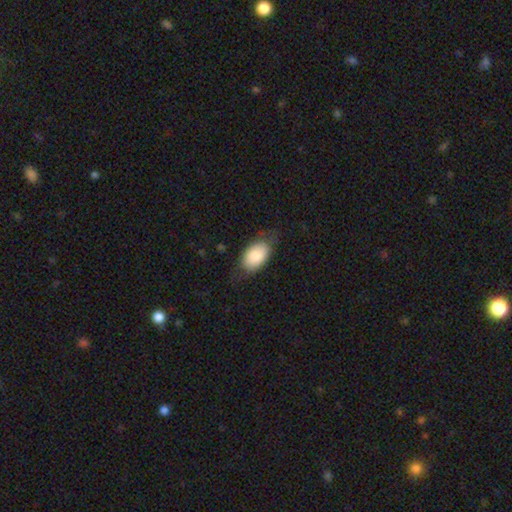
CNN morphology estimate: Q: Smooth or featured?
A: smooth (82%); runner-up: featured or disk (11%)
Q: How rounded?
A: in between (90%); runner-up: round (8%)
Q: Merging?
A: none (67%); runner-up: minor disturbance (23%)